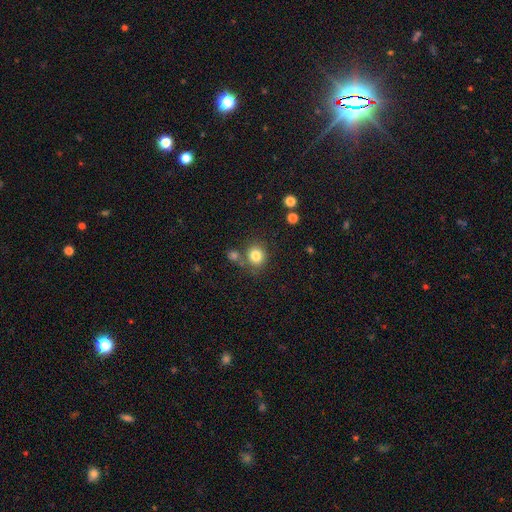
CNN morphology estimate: The model was most divided on "merging": none: 70%, merger: 15%, minor disturbance: 12%, major disturbance: 4%. More confident: smooth or featured — smooth (81%); how rounded — round (80%).